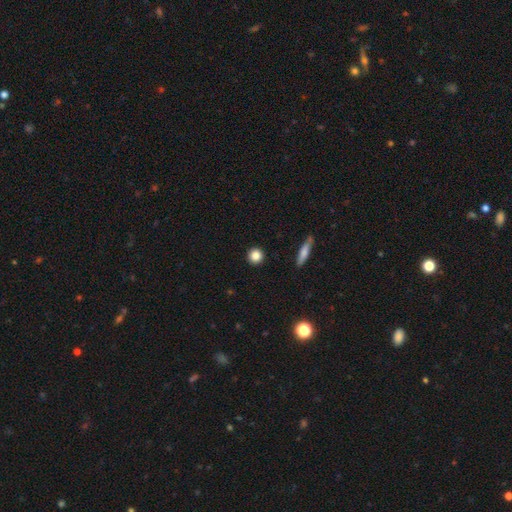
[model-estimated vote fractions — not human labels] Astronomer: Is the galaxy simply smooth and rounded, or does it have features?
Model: smooth — 85%.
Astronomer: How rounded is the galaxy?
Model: round — 93%.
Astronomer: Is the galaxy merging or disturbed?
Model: none — 92%.